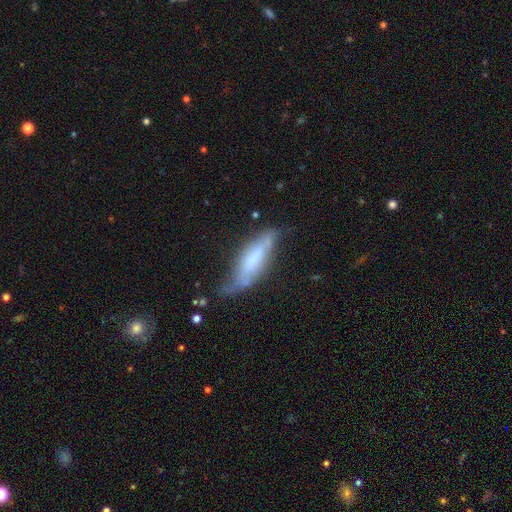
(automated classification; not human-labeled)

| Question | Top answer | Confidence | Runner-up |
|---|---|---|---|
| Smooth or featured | featured or disk | 50% | smooth (42%) |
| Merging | none | 47% | minor disturbance (34%) |